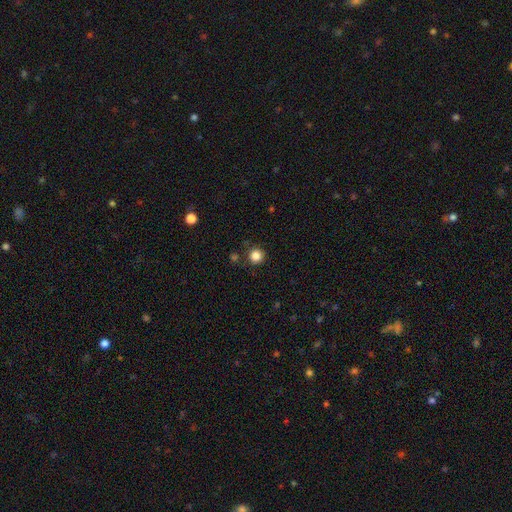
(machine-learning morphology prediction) type=smooth (84%); roundness=round (94%); merging=none (88%).